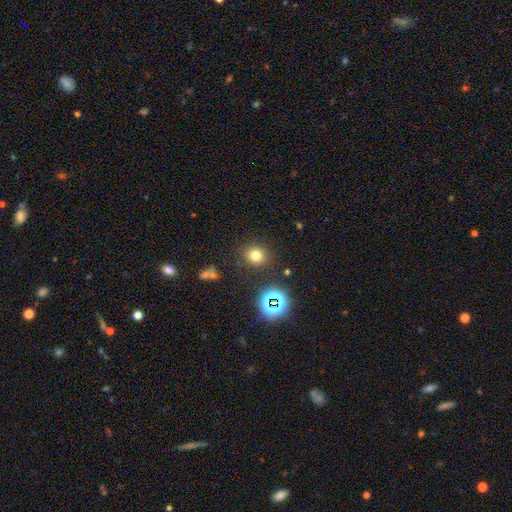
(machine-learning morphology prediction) smooth 72%, star or artifact 20%, featured or disk 7%. Down the decision tree: how rounded — round (80%); merging — none (85%).